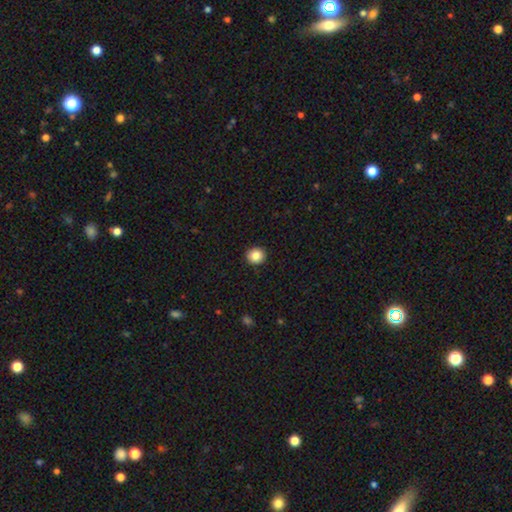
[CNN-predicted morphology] Smooth or featured? smooth (85%)
How rounded? round (90%)
Merging? none (93%)